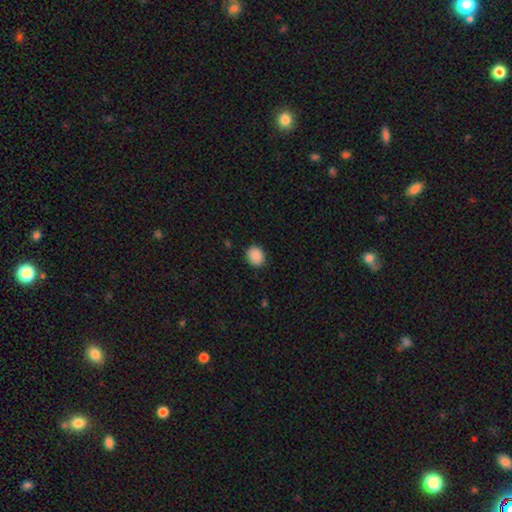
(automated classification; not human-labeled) smooth-or-featured: smooth: 89% | star or artifact: 8% | featured or disk: 3%
  how-rounded: round: 64% | in between: 36% | cigar-shaped: 1%
  merging: none: 89% | minor disturbance: 8% | major disturbance: 2% | merger: 1%